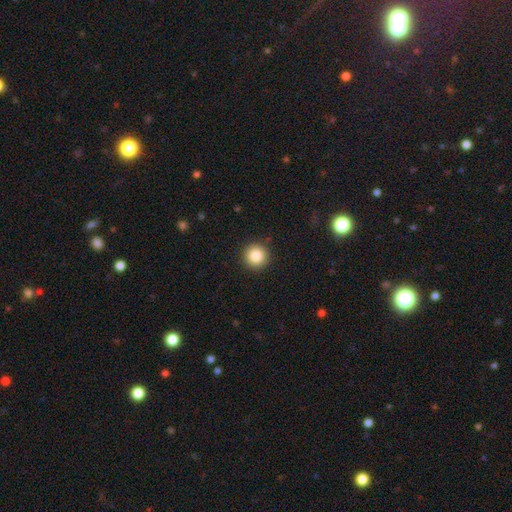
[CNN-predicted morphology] smooth 86%, star or artifact 9%, featured or disk 5%. Down the decision tree: how rounded — round (96%); merging — none (91%).